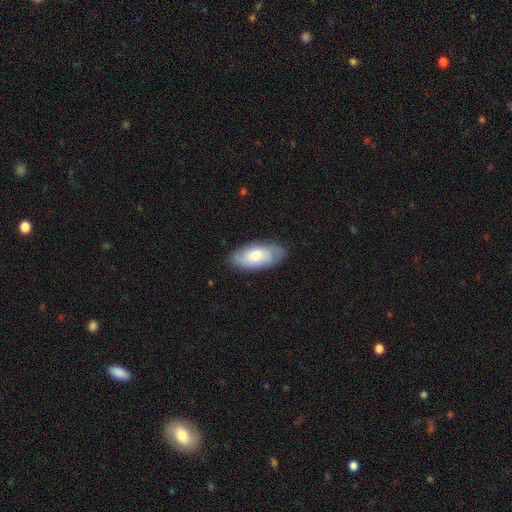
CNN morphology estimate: This is likely a smooth galaxy (64%). How rounded: clearly in between (91%). Merging: likely none (79%).